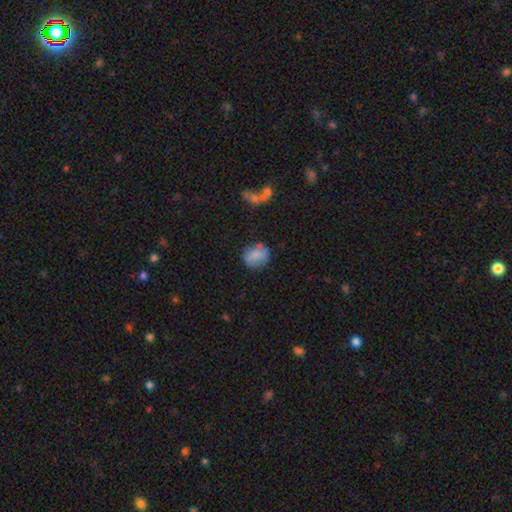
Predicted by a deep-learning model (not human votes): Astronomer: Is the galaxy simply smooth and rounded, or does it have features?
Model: smooth — 76%.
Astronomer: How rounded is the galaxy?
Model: round — 67%.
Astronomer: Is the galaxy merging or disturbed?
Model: none — 69%.